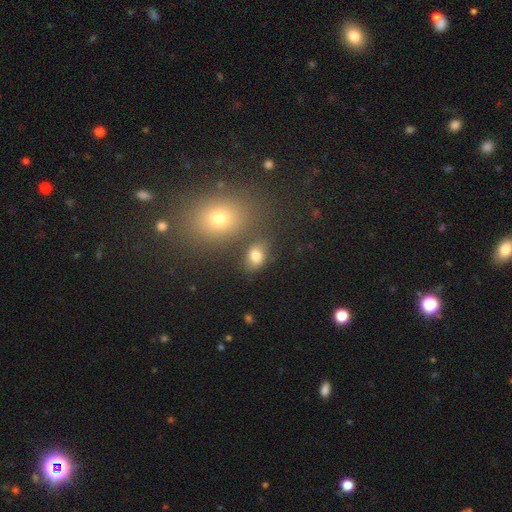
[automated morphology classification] The model was most divided on "how rounded": in between: 75%, round: 23%, cigar-shaped: 2%. More confident: smooth or featured — smooth (78%); merging — none (68%).